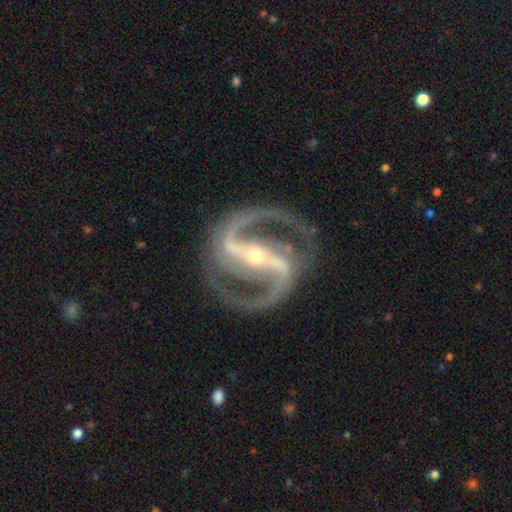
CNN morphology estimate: featured or disk 93%, star or artifact 5%, smooth 2%. Down the decision tree: edge-on disk — no (97%); bar — strong (80%); spiral arms — yes (99%); spiral arm count — 2 (93%); spiral winding — medium (64%); bulge size — small (68%); merging — none (83%).